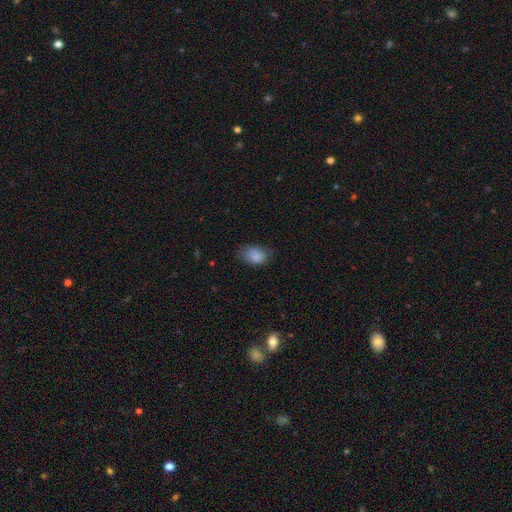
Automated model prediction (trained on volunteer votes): This appears to be a smooth galaxy with no disk features (85%) that is in between round and cigar-shaped (84%). Merging: none (64%).